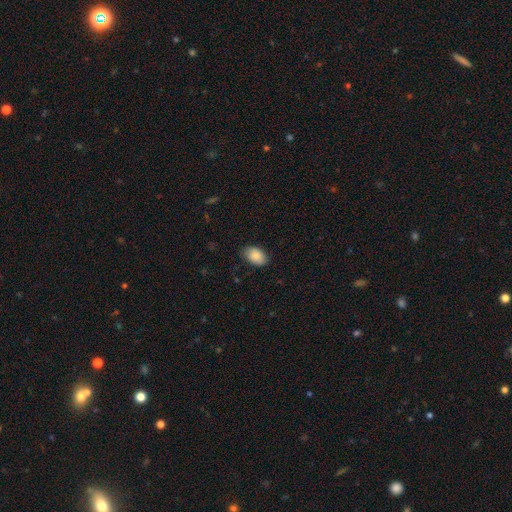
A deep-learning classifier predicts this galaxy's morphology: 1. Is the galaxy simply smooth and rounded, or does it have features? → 88% smooth, 7% star or artifact, 6% featured or disk.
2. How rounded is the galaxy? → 89% in between, 10% round, 1% cigar-shaped.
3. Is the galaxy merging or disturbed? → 81% none, 15% minor disturbance, 3% major disturbance, 1% merger.